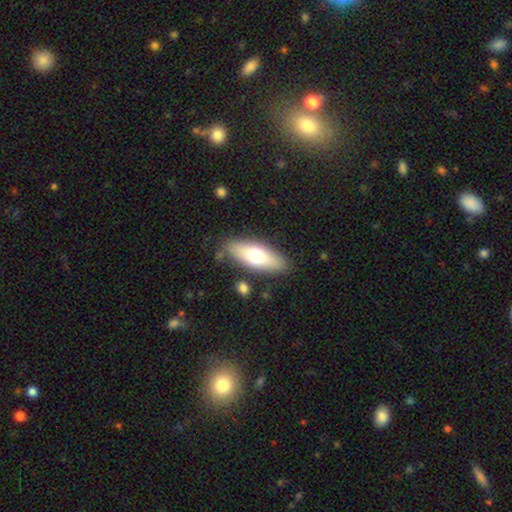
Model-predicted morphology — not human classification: Smooth or featured?
  - smooth: 64% *
  - featured or disk: 29%
  - star or artifact: 7%
How rounded?
  - in between: 67% *
  - cigar-shaped: 30%
  - round: 3%
Merging?
  - none: 82% *
  - minor disturbance: 12%
  - major disturbance: 4%
  - merger: 3%